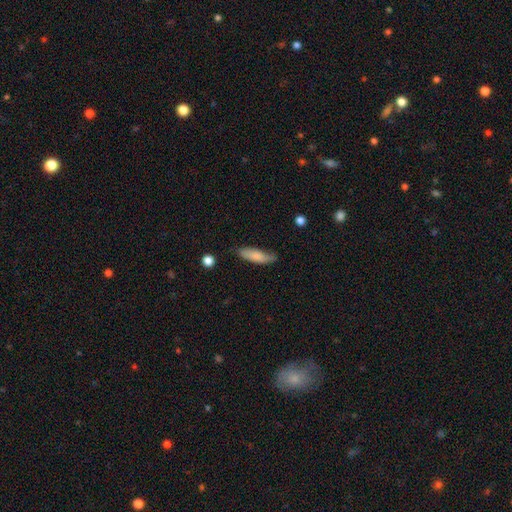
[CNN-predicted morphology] Overall: smooth (79%). How rounded: cigar-shaped (53%; in between 45%). Merging: none (67%).